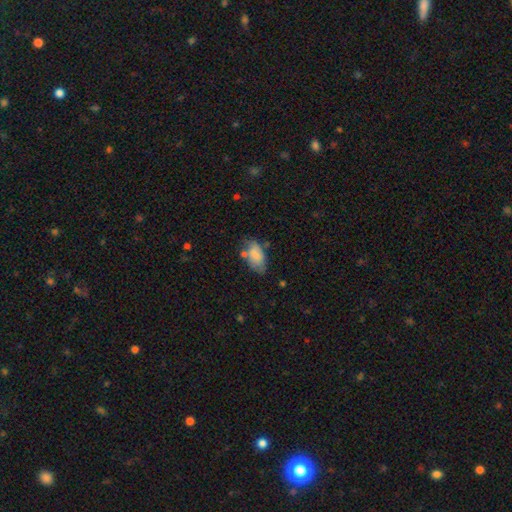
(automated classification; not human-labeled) Q: Smooth or featured?
A: smooth (76%); runner-up: featured or disk (17%)
Q: How rounded?
A: in between (93%); runner-up: round (5%)
Q: Merging?
A: none (55%); runner-up: minor disturbance (27%)